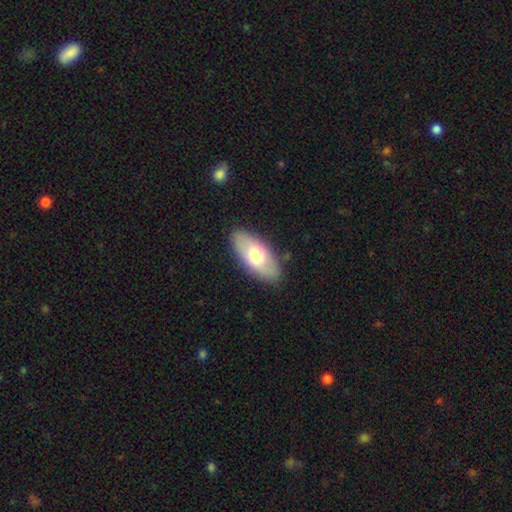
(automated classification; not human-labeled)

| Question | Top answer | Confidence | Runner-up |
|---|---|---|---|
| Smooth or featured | smooth | 67% | featured or disk (28%) |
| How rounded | in between | 90% | cigar-shaped (8%) |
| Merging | none | 87% | minor disturbance (10%) |